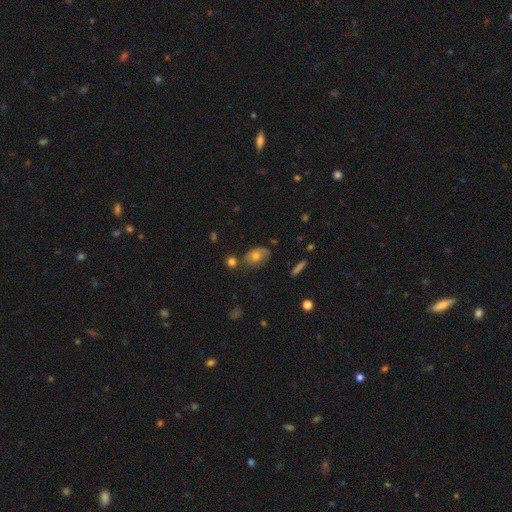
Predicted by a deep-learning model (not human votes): This is possibly a smooth galaxy (57%). How rounded: likely in between (73%). Merging: possibly none (57%).